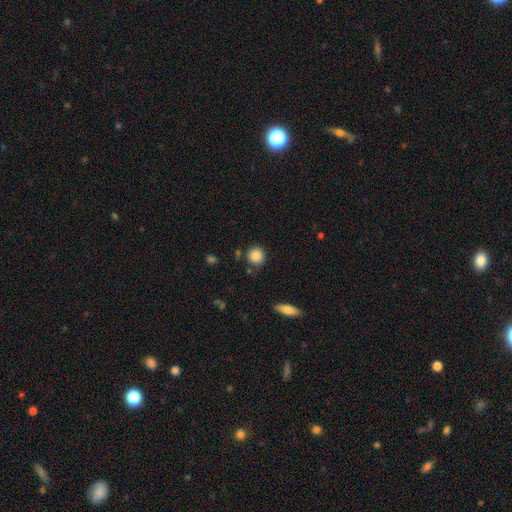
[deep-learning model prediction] This is clearly a smooth galaxy (87%). How rounded: clearly round (91%). Merging: clearly none (83%).